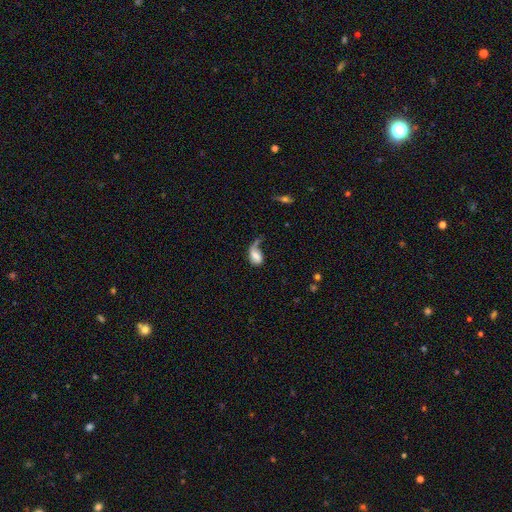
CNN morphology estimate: Smooth or featured? smooth (54%)
How rounded? in between (85%)
Merging? major disturbance (42%)